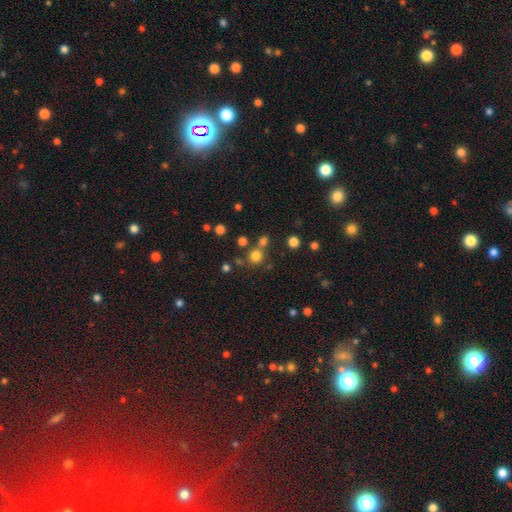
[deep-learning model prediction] Q: Smooth or featured?
A: smooth (74%); runner-up: star or artifact (19%)
Q: How rounded?
A: round (91%); runner-up: in between (8%)
Q: Merging?
A: none (67%); runner-up: merger (21%)